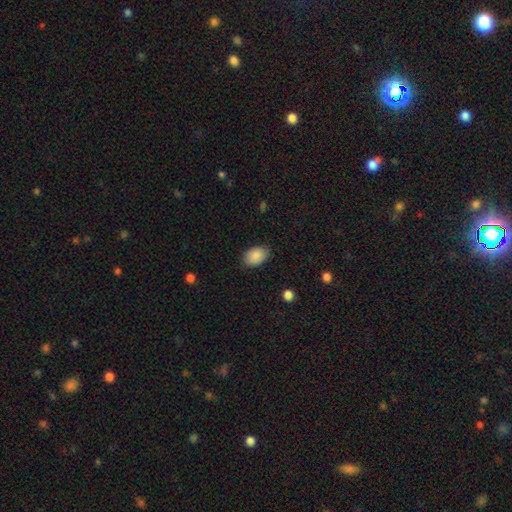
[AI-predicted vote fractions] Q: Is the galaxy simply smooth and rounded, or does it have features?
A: smooth — 89%.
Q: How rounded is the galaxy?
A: in between — 88%.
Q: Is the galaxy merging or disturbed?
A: none — 83%.